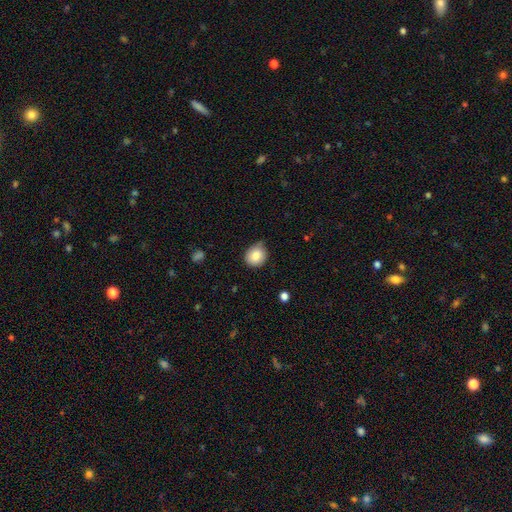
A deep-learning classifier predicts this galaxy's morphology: smooth-or-featured: smooth: 84% | star or artifact: 8% | featured or disk: 7%
  how-rounded: round: 79% | in between: 20% | cigar-shaped: 1%
  merging: none: 66% | minor disturbance: 28% | major disturbance: 4% | merger: 2%